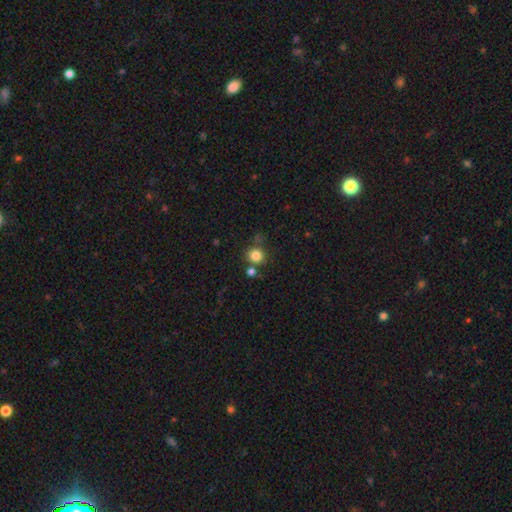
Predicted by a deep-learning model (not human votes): smooth 83%, star or artifact 12%, featured or disk 5%. Down the decision tree: how rounded — round (91%); merging — none (73%).